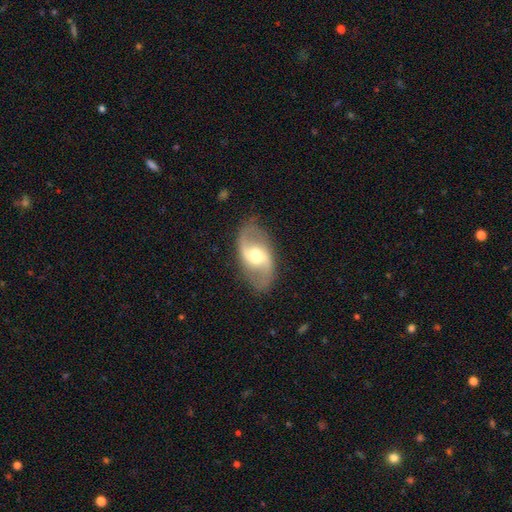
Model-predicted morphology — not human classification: Overall: featured or disk (84%). Edge-on disk: no (96%). Bar: weak (47%; no 32%). Spiral arms: yes (93%). Spiral arm count: 2 (93%). Spiral winding: loose (55%; medium 36%). Bulge size: moderate (68%). Merging: none (84%).